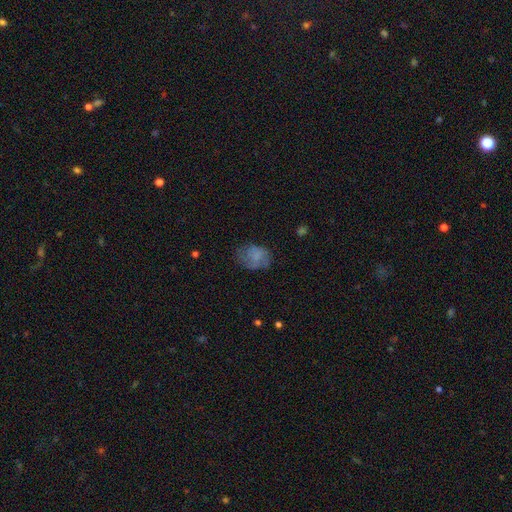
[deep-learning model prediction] smooth-or-featured: smooth: 63% | featured or disk: 26% | star or artifact: 10%
  how-rounded: in between: 61% | round: 38% | cigar-shaped: 1%
  merging: none: 55% | minor disturbance: 27% | major disturbance: 17% | merger: 2%